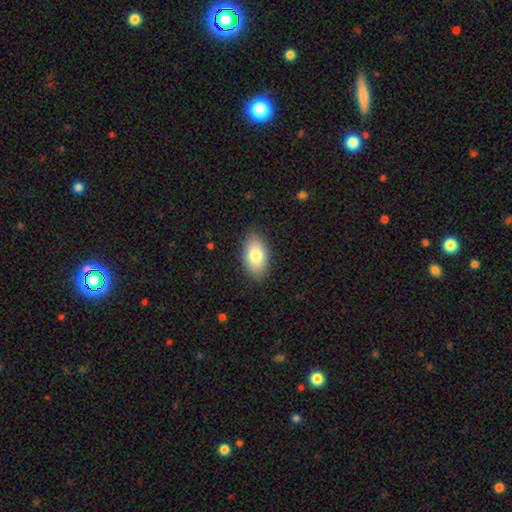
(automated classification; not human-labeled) Morphology: type=smooth (79%); roundness=in between (93%); merging=none (86%).